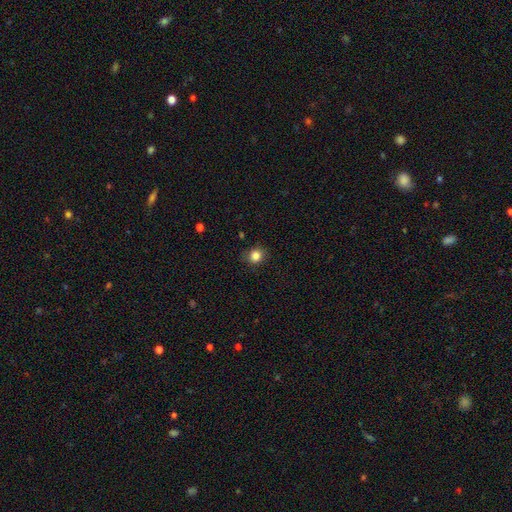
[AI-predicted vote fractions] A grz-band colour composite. It shows a smooth galaxy with no disk features (84%) that is round (81%). Merging: none (84%).